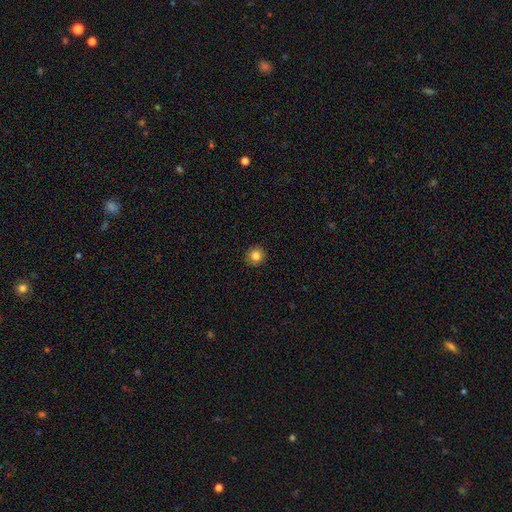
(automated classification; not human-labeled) smooth 84%, star or artifact 11%, featured or disk 5%. Down the decision tree: how rounded — round (93%); merging — none (92%).